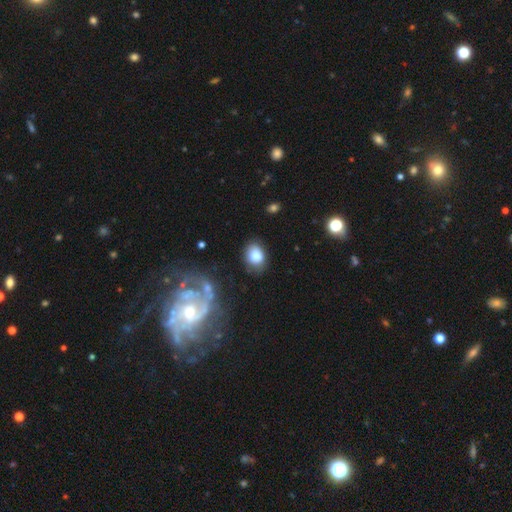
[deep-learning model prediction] Smooth or featured?
  - smooth: 82% *
  - featured or disk: 10%
  - star or artifact: 8%
How rounded?
  - in between: 63% *
  - round: 35%
  - cigar-shaped: 1%
Merging?
  - none: 73% *
  - minor disturbance: 19%
  - major disturbance: 5%
  - merger: 3%